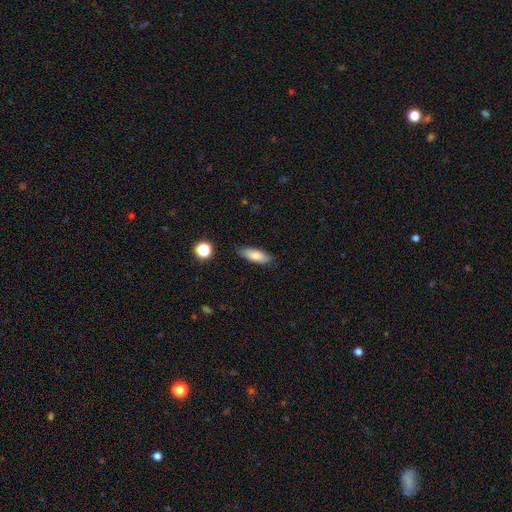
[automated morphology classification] This appears to be a smooth galaxy with no disk features (81%) that is in between round and cigar-shaped (65%). Merging: none (84%).